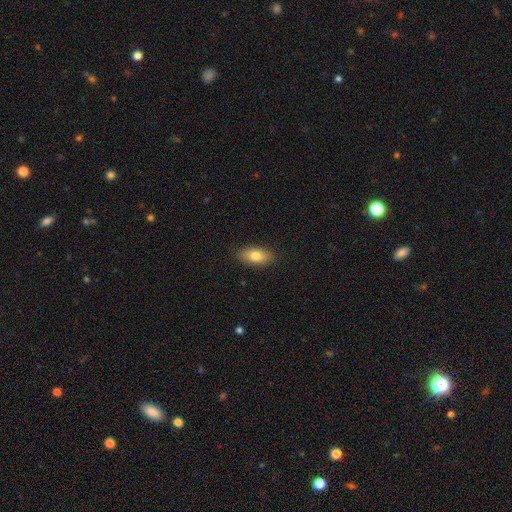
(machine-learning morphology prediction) Overall: smooth (81%). How rounded: in between (88%). Merging: none (88%).